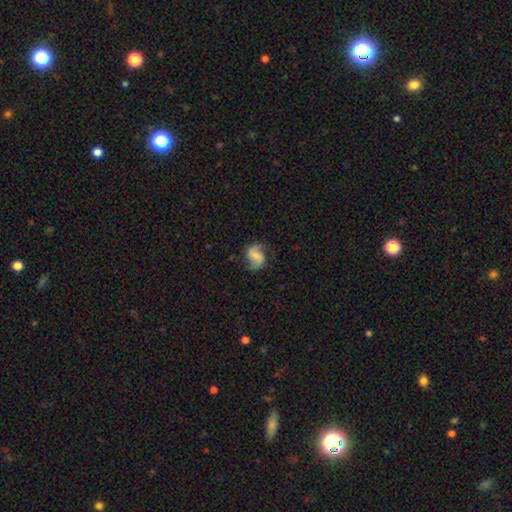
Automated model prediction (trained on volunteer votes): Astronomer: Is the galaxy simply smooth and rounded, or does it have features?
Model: featured or disk — 77%.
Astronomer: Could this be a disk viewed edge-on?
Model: no — 98%.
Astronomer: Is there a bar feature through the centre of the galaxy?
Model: weak — 46% (runner-up: no, 33%).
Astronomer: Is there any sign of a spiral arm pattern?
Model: yes — 96%.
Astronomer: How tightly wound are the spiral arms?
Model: loose — 46% (runner-up: medium, 42%).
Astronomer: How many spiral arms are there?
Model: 2 — 91%.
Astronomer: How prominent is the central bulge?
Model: small — 40% (runner-up: moderate, 29%).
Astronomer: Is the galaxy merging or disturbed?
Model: none — 77%.